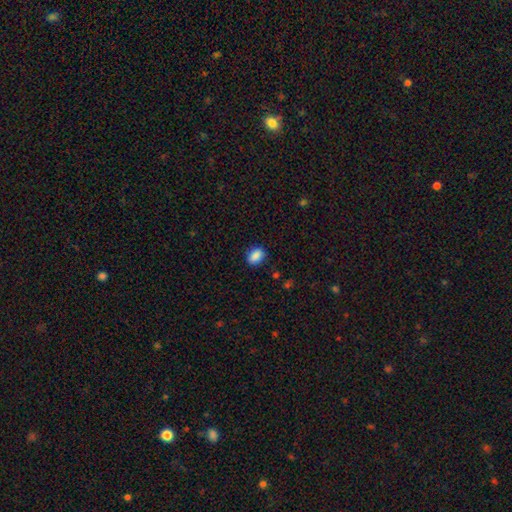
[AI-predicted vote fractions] Q: Smooth or featured?
A: smooth (88%); runner-up: star or artifact (8%)
Q: How rounded?
A: in between (75%); runner-up: round (23%)
Q: Merging?
A: none (84%); runner-up: minor disturbance (12%)